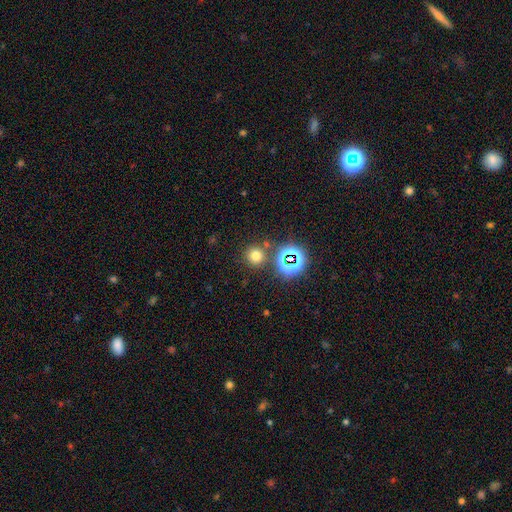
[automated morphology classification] The model was most divided on "smooth or featured": smooth: 67%, star or artifact: 26%, featured or disk: 7%. More confident: how rounded — round (92%); merging — none (80%).